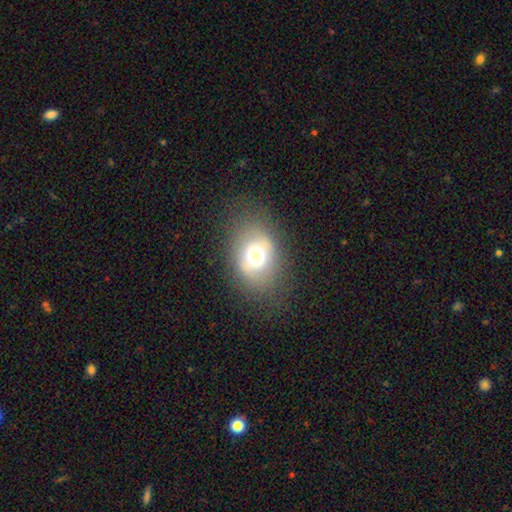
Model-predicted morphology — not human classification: smooth-or-featured: smooth: 65% | featured or disk: 21% | star or artifact: 14%
  how-rounded: in between: 59% | round: 40% | cigar-shaped: 1%
  merging: none: 76% | minor disturbance: 14% | major disturbance: 9% | merger: 1%